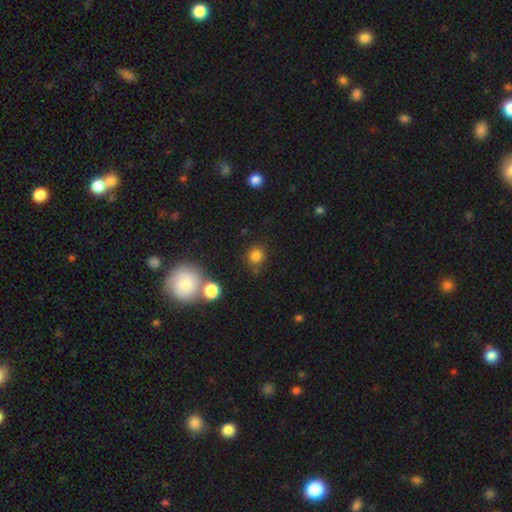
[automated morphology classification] smooth_or_featured: smooth (p=0.80) [alt: star or artifact p=0.14]
how_rounded: round (p=0.87) [alt: in between p=0.12]
merging: none (p=0.77) [alt: minor disturbance p=0.12]